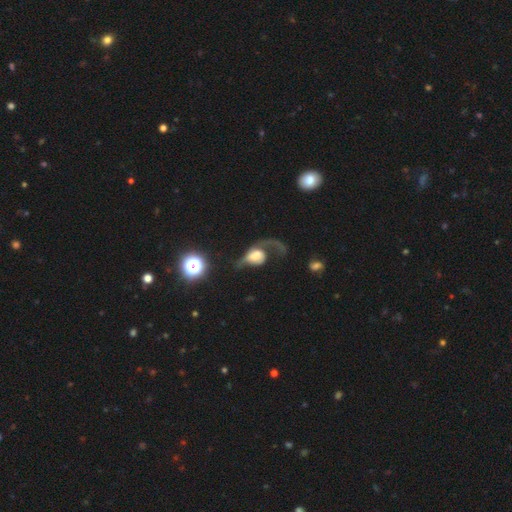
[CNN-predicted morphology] Smooth or featured: featured or disk — 49% (smooth — 41%)
Merging: major disturbance — 64% (none — 16%)